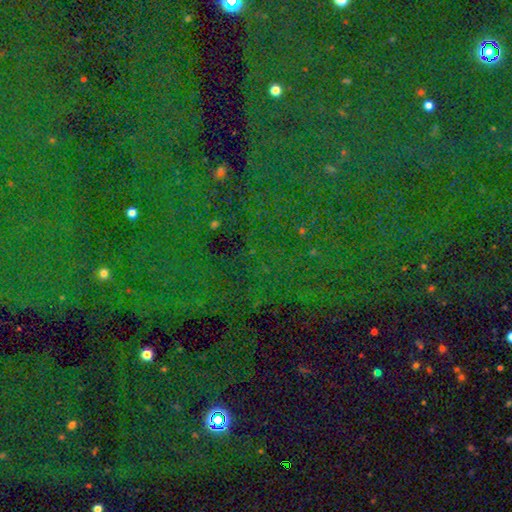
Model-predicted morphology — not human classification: Q: Smooth or featured?
A: star or artifact (85%); runner-up: smooth (8%)